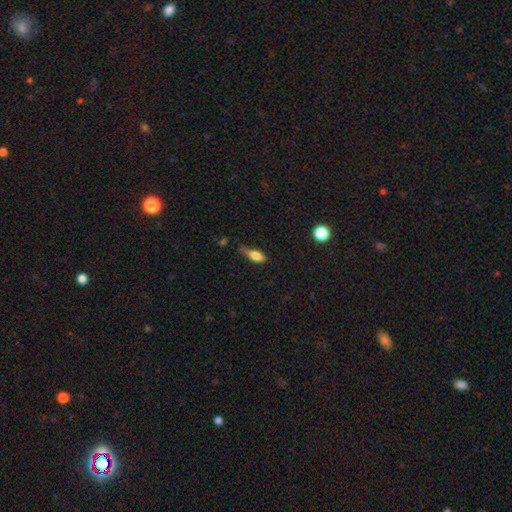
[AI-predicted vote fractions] A smooth galaxy with no disk features (71%) that is in between round and cigar-shaped (66%).

Vote fractions:
- Smooth or featured? smooth: 71% / featured or disk: 20% / star or artifact: 9%
- How rounded? in between: 66% / cigar-shaped: 28% / round: 6%
- Merging? minor disturbance: 41% / none: 36% / major disturbance: 18% / merger: 4%